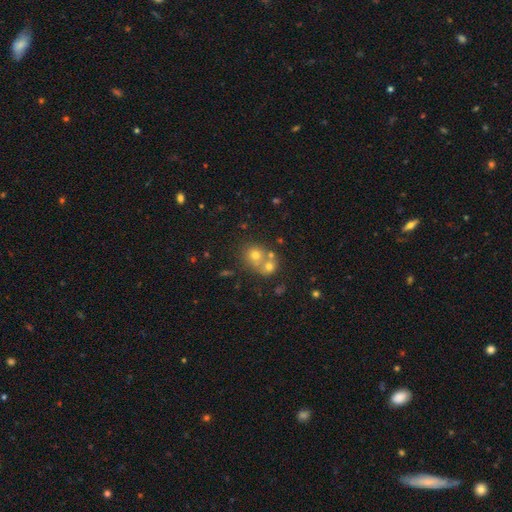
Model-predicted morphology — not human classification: smooth 59%, featured or disk 23%, star or artifact 18%. Down the decision tree: how rounded — round (75%); merging — merger (54%).